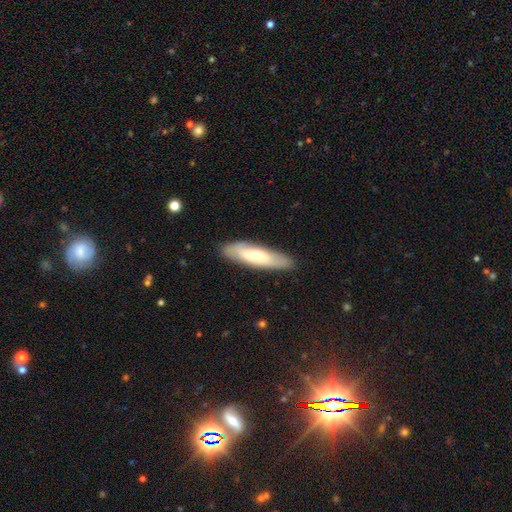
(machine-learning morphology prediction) Q: Smooth or featured?
A: smooth (61%); runner-up: featured or disk (33%)
Q: How rounded?
A: cigar-shaped (70%); runner-up: in between (28%)
Q: Merging?
A: none (86%); runner-up: minor disturbance (10%)